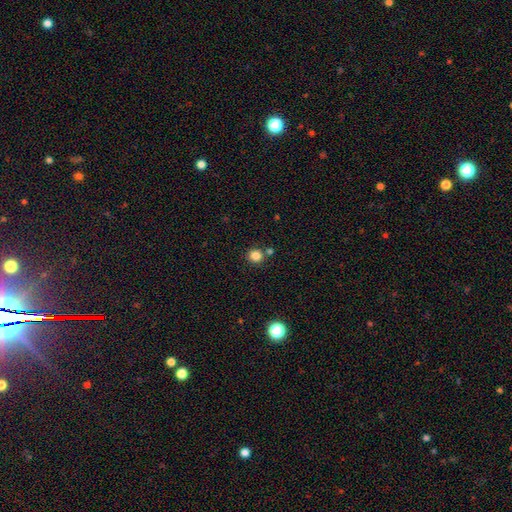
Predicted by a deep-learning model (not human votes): smooth_or_featured: smooth (p=0.83) [alt: star or artifact p=0.12]
how_rounded: round (p=0.88) [alt: in between p=0.11]
merging: none (p=0.77) [alt: merger p=0.12]